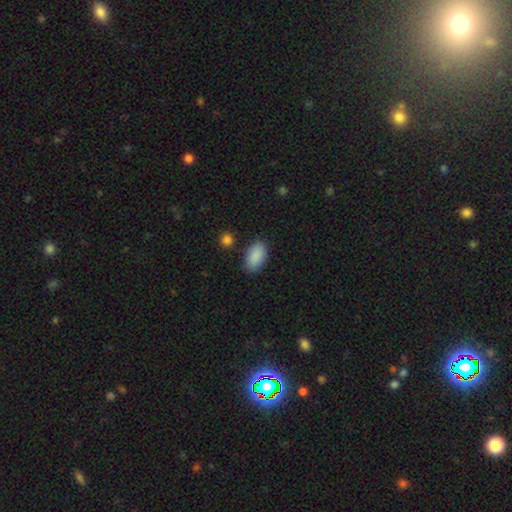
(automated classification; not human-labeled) Q: Smooth or featured?
A: smooth (90%); runner-up: star or artifact (7%)
Q: How rounded?
A: in between (94%); runner-up: round (4%)
Q: Merging?
A: none (84%); runner-up: minor disturbance (11%)